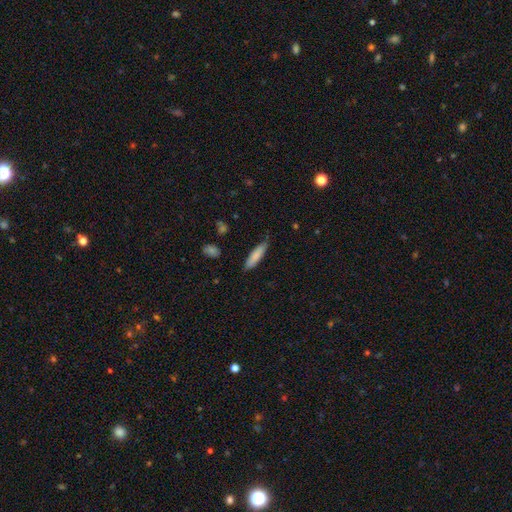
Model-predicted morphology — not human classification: Smooth or featured? Predicted: smooth (p=0.82). How rounded? Predicted: cigar-shaped (p=0.76). Merging? Predicted: none (p=0.83).